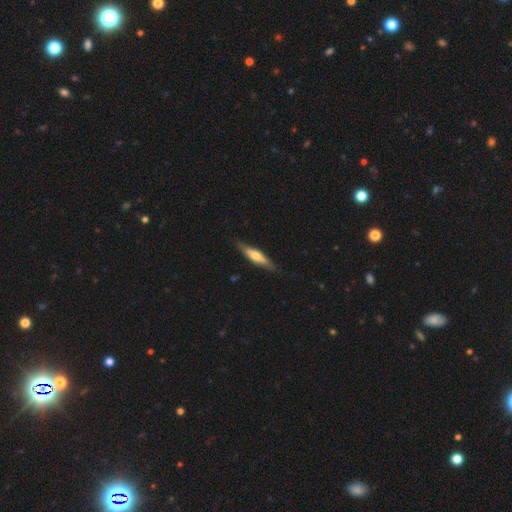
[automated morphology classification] This appears to be a smooth galaxy with no disk features (49%). Merging: none (83%).